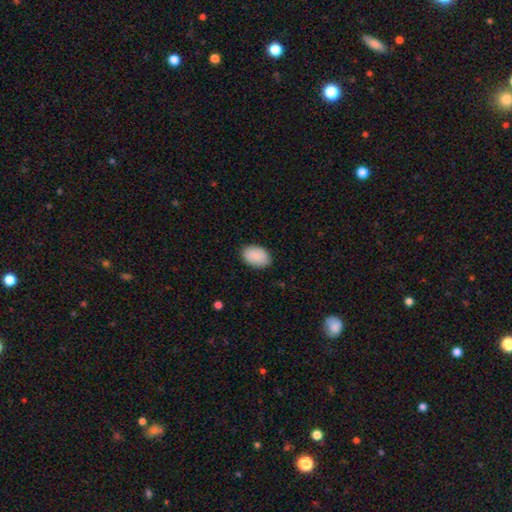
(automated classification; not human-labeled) Smooth or featured?
  - smooth: 90% *
  - star or artifact: 6%
  - featured or disk: 5%
How rounded?
  - in between: 87% *
  - round: 12%
  - cigar-shaped: 1%
Merging?
  - none: 86% *
  - minor disturbance: 11%
  - major disturbance: 2%
  - merger: 1%